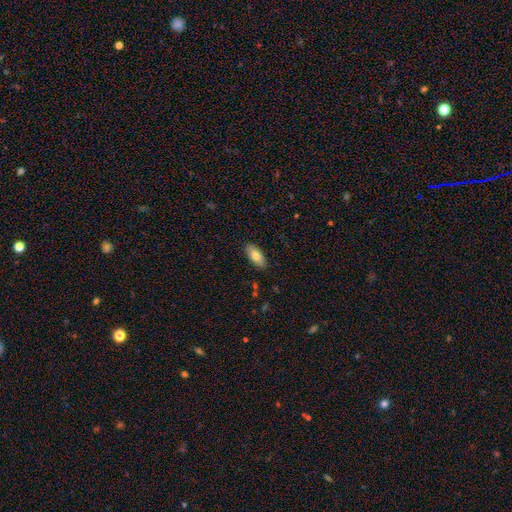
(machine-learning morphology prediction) Overall: smooth (80%). How rounded: in between (89%). Merging: none (88%).